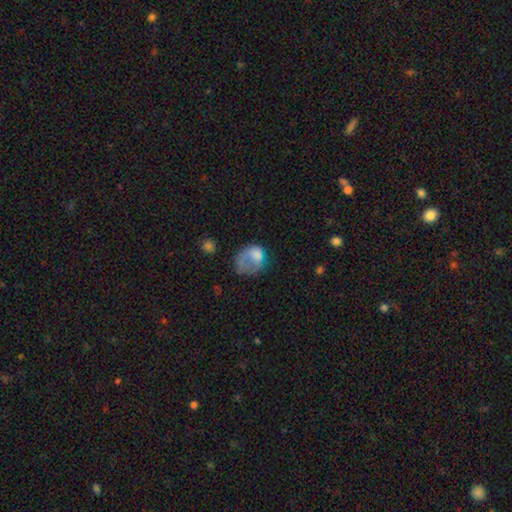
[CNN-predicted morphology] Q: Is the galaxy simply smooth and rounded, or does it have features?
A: smooth — 63%.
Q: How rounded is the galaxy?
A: in between — 55%.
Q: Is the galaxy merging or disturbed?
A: major disturbance — 48%.